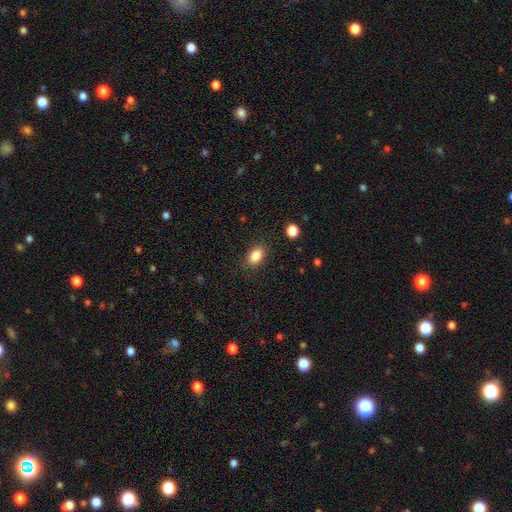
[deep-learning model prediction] Smooth or featured? Predicted: smooth (p=0.86). How rounded? Predicted: in between (p=0.86). Merging? Predicted: none (p=0.86).